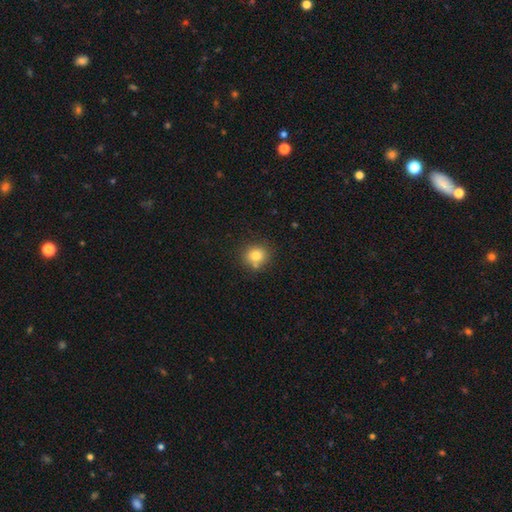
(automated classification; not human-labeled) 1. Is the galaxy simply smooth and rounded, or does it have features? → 80% smooth, 11% star or artifact, 9% featured or disk.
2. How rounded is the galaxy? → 84% round, 15% in between, 1% cigar-shaped.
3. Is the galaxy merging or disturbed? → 75% none, 12% minor disturbance, 11% merger, 3% major disturbance.